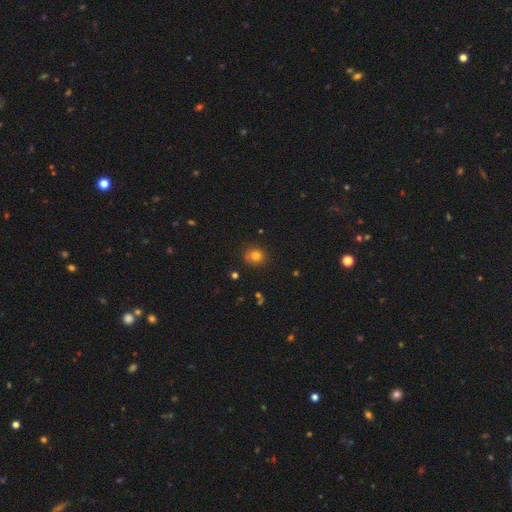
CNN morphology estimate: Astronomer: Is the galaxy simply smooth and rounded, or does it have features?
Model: smooth — 80%.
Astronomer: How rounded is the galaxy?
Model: round — 83%.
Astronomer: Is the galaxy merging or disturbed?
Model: none — 78%.